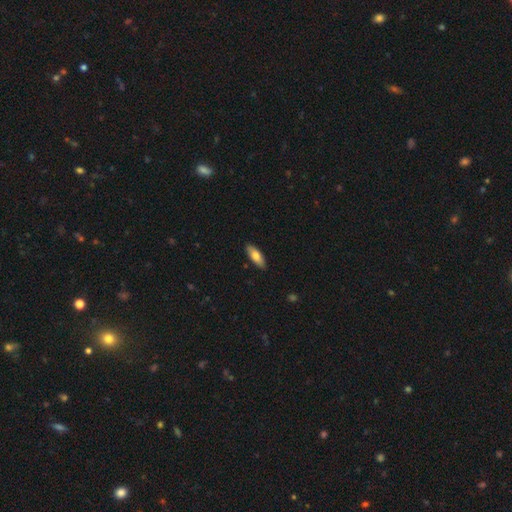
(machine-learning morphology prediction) This is likely a smooth galaxy (74%). How rounded: likely in between (69%). Merging: clearly none (88%).